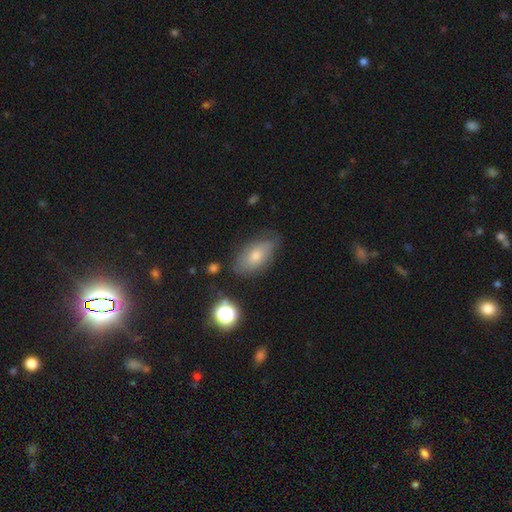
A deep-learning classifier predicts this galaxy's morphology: smooth 68%, featured or disk 22%, star or artifact 11%. Down the decision tree: how rounded — in between (90%); merging — none (73%).